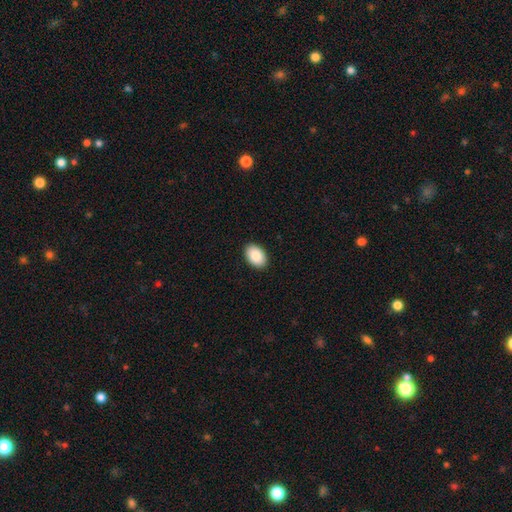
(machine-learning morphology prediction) The model was most divided on "how rounded": in between: 91%, round: 8%, cigar-shaped: 1%. More confident: merging — none (91%); smooth or featured — smooth (90%).